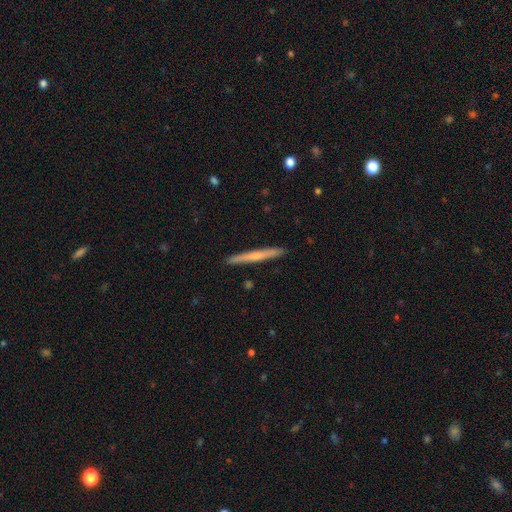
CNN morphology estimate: smooth 53%, featured or disk 42%, star or artifact 5%. Down the decision tree: how rounded — cigar-shaped (97%); merging — none (92%).